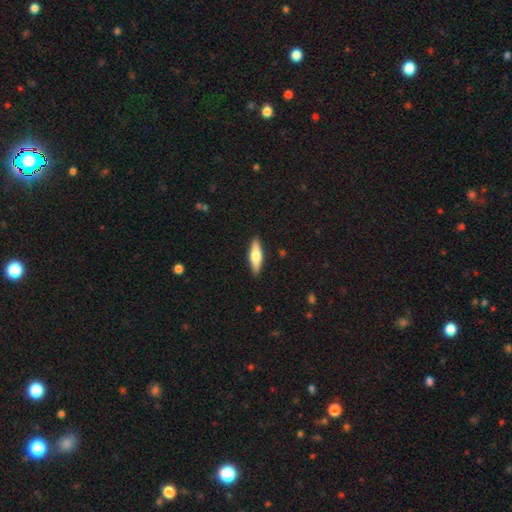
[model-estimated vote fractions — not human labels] smooth-or-featured: smooth: 57% | featured or disk: 37% | star or artifact: 5%
  how-rounded: cigar-shaped: 58% | in between: 39% | round: 2%
  merging: none: 89% | minor disturbance: 8% | major disturbance: 2% | merger: 1%